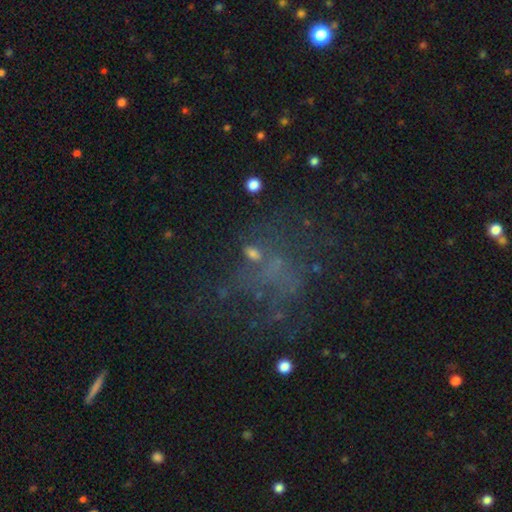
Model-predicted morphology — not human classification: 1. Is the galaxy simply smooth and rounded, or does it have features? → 37% featured or disk, 32% star or artifact, 31% smooth.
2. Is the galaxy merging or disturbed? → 38% none, 36% major disturbance, 15% minor disturbance, 11% merger.